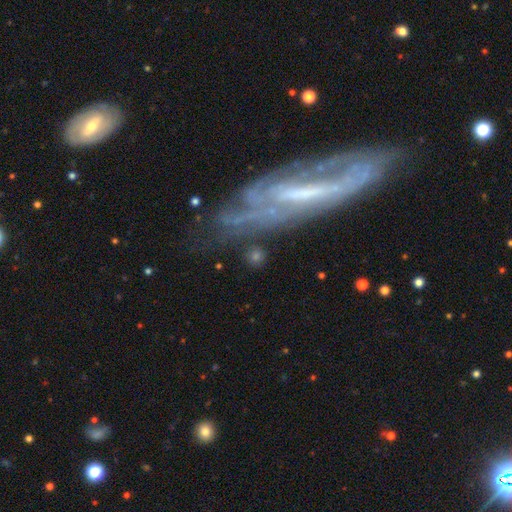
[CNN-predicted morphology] A featured or disk galaxy (51%).

Vote fractions:
- Smooth or featured? featured or disk: 51% / smooth: 35% / star or artifact: 14%
- Edge-on disk? no: 71% / yes: 29%
- Merging? none: 65% / minor disturbance: 17% / major disturbance: 12% / merger: 6%